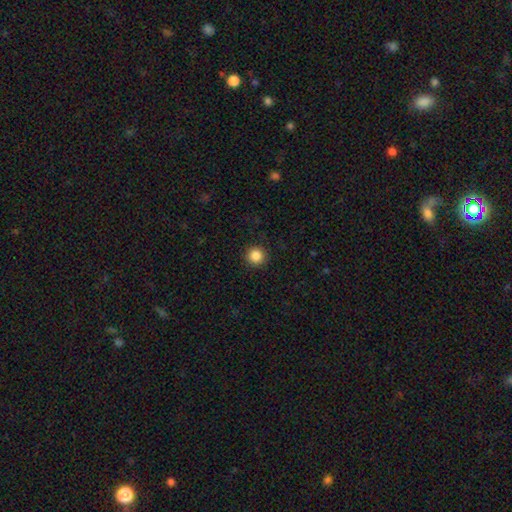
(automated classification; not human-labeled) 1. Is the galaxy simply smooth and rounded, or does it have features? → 87% smooth, 10% star or artifact, 3% featured or disk.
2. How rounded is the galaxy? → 95% round, 4% in between, 1% cigar-shaped.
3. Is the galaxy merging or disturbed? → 92% none, 5% minor disturbance, 2% major disturbance, 1% merger.